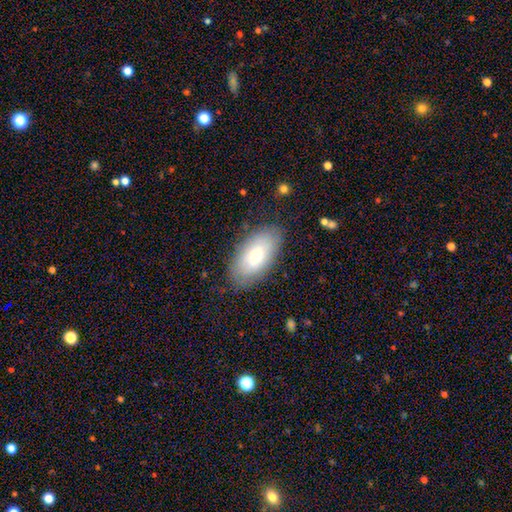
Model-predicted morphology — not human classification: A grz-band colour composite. It shows a smooth galaxy with no disk features (69%) that is in between round and cigar-shaped (93%). Merging: none (82%).